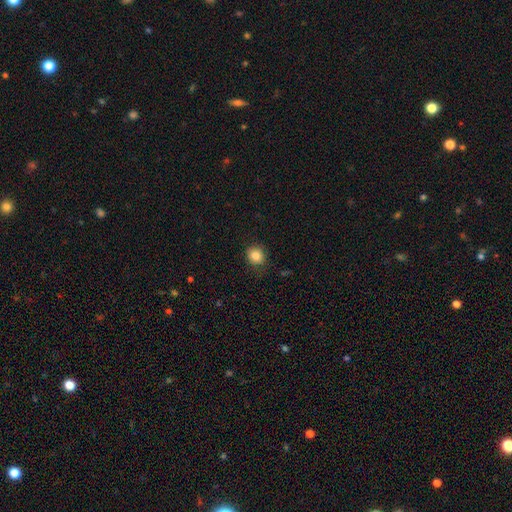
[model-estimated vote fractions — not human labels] Overall: smooth (83%). How rounded: round (84%). Merging: none (84%).